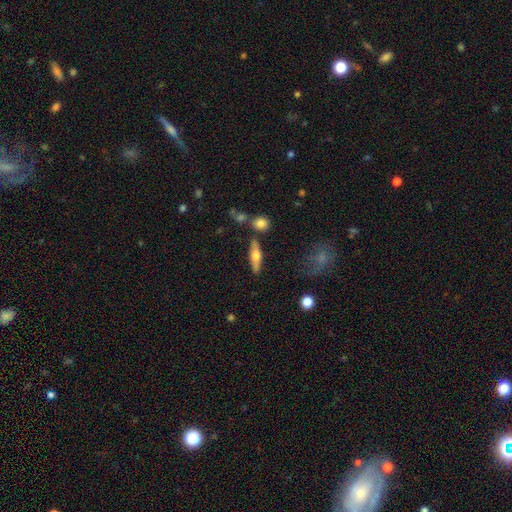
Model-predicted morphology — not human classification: Smooth or featured?
  - smooth: 53% *
  - featured or disk: 41%
  - star or artifact: 6%
How rounded?
  - cigar-shaped: 56% *
  - in between: 41%
  - round: 3%
Merging?
  - none: 79% *
  - minor disturbance: 12%
  - merger: 6%
  - major disturbance: 3%